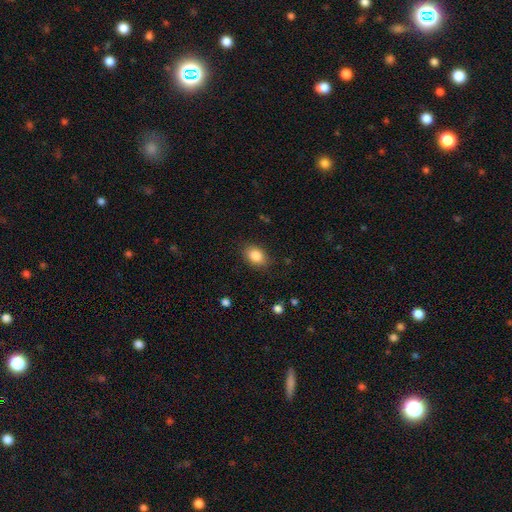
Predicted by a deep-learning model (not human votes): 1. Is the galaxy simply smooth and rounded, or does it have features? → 86% smooth, 8% star or artifact, 6% featured or disk.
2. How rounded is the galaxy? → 74% in between, 25% round, 1% cigar-shaped.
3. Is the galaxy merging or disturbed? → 84% none, 11% minor disturbance, 3% major disturbance, 1% merger.